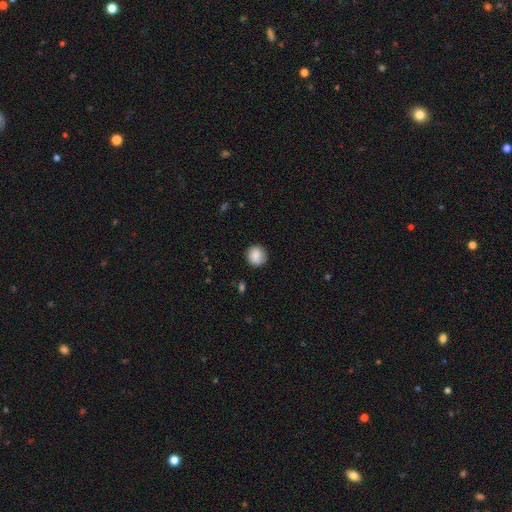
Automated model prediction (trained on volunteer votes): Overall: smooth (85%). How rounded: round (90%). Merging: none (86%).